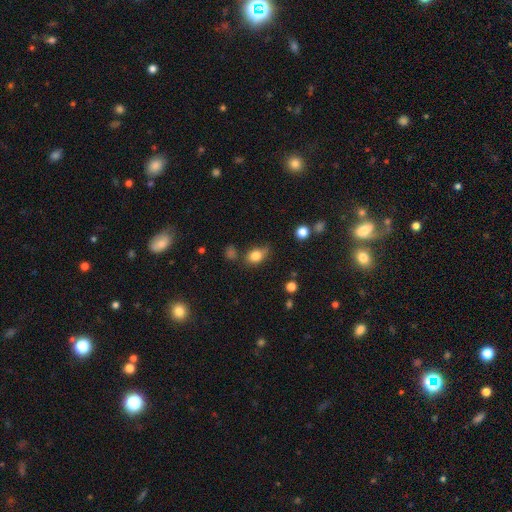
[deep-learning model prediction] The model was most divided on "merging": none: 54%, minor disturbance: 32%, major disturbance: 9%, merger: 5%. More confident: smooth or featured — smooth (81%); how rounded — in between (71%).